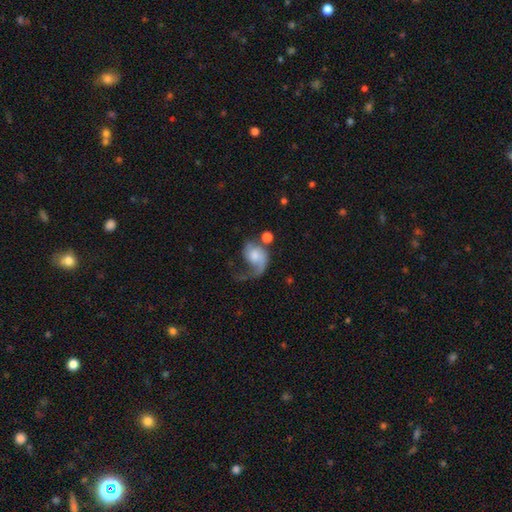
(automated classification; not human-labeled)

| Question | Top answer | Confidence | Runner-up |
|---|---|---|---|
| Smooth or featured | featured or disk | 64% | smooth (29%) |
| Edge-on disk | no | 98% | yes (2%) |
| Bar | no | 70% | weak (25%) |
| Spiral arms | yes | 87% | no (13%) |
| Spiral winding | loose | 65% | medium (26%) |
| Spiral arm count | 1 | 71% | 2 (22%) |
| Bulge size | moderate | 34% | small (29%) |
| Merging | major disturbance | 44% | none (29%) |